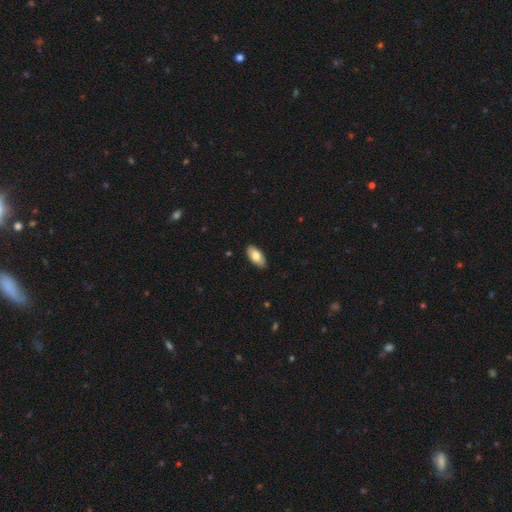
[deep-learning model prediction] Overall: smooth (79%). How rounded: in between (93%). Merging: none (88%).